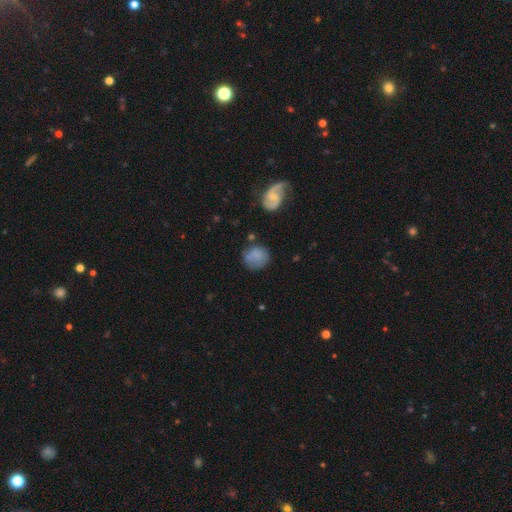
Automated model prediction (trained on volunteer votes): Smooth or featured? smooth (73%)
How rounded? round (78%)
Merging? none (64%)